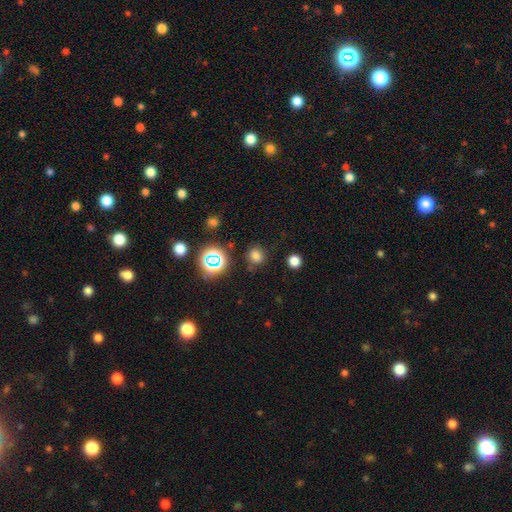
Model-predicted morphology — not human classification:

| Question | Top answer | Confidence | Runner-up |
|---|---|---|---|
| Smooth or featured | smooth | 71% | star or artifact (23%) |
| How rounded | round | 81% | in between (18%) |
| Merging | none | 79% | minor disturbance (12%) |